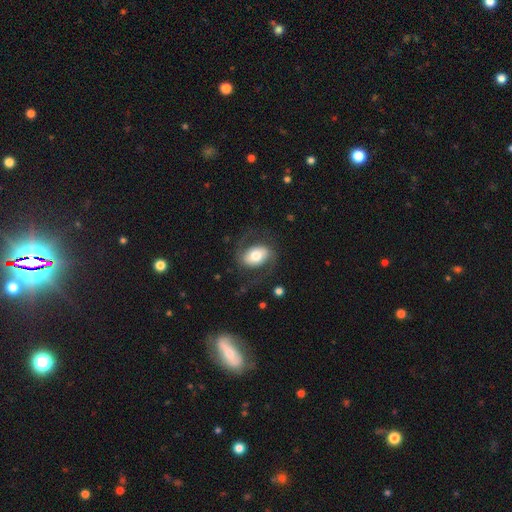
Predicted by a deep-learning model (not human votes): Q: Smooth or featured?
A: featured or disk (59%); runner-up: smooth (34%)
Q: Edge-on disk?
A: no (96%); runner-up: yes (4%)
Q: Bar?
A: no (38%); runner-up: weak (32%)
Q: Spiral arms?
A: yes (81%); runner-up: no (19%)
Q: Bulge size?
A: moderate (57%); runner-up: large (25%)
Q: Merging?
A: none (69%); runner-up: minor disturbance (15%)